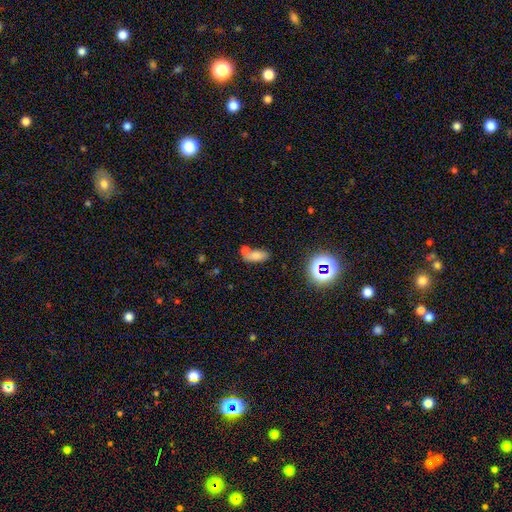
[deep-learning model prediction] A smooth galaxy with no disk features (73%) that is in between round and cigar-shaped (82%). Merging: none (49%).